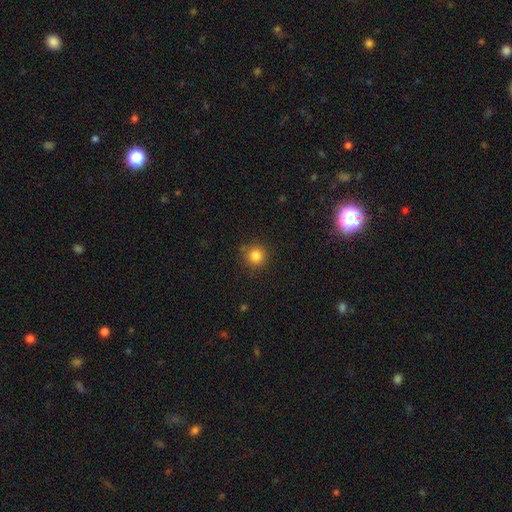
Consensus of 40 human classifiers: Smooth or featured? smooth (85%)
How rounded? round (97%)
Merging? none (89%)